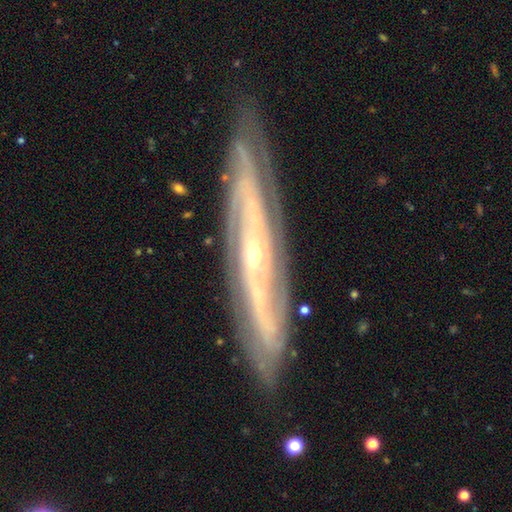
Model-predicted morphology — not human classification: This is clearly a featured or disk galaxy (85%). It is possibly not viewed edge-on (51%). Merging: clearly none (82%).